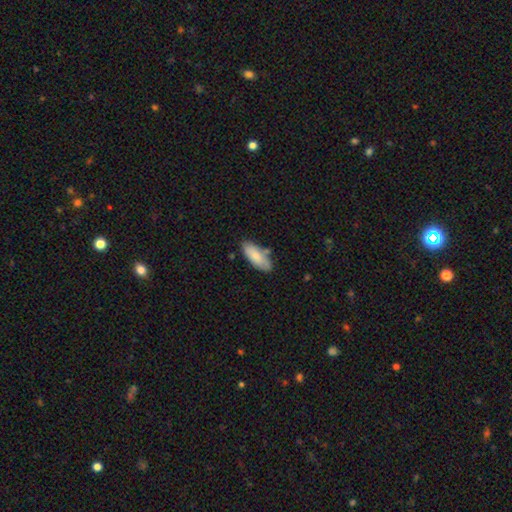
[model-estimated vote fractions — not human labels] Smooth or featured: smooth — 78% (featured or disk — 16%)
How rounded: in between — 82% (cigar-shaped — 17%)
Merging: none — 73% (minor disturbance — 18%)